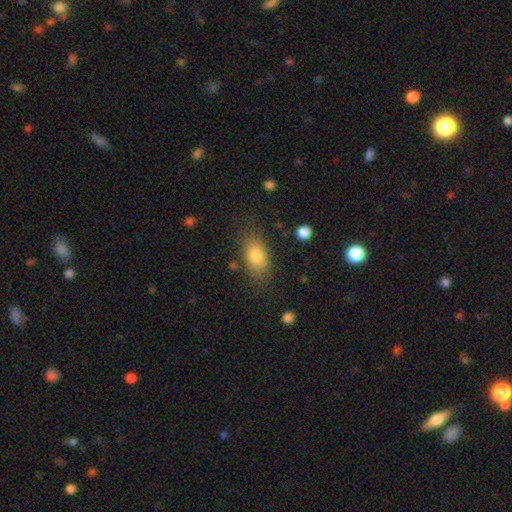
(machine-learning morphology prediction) Smooth or featured? Predicted: smooth (p=0.79). How rounded? Predicted: in between (p=0.85). Merging? Predicted: none (p=0.76).